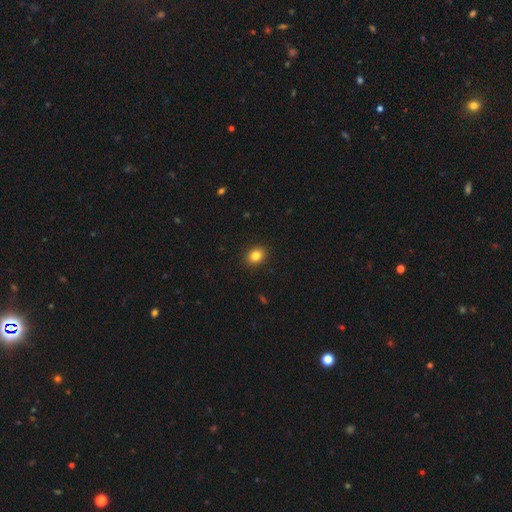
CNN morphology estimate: A smooth galaxy with no disk features (84%) that is round (50%).

Vote fractions:
- Smooth or featured? smooth: 84% / star or artifact: 10% / featured or disk: 6%
- How rounded? round: 50% / in between: 49% / cigar-shaped: 1%
- Merging? none: 91% / minor disturbance: 7% / major disturbance: 2% / merger: 1%